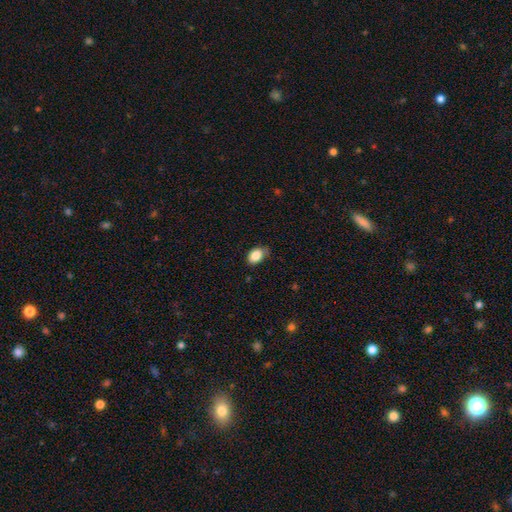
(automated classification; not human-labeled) Smooth or featured: smooth — 86% (star or artifact — 8%)
How rounded: in between — 84% (round — 15%)
Merging: none — 65% (minor disturbance — 28%)